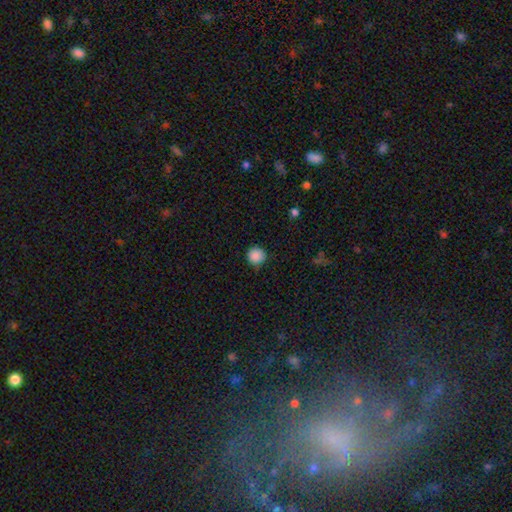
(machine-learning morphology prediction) Smooth or featured? smooth (87%)
How rounded? round (95%)
Merging? none (84%)